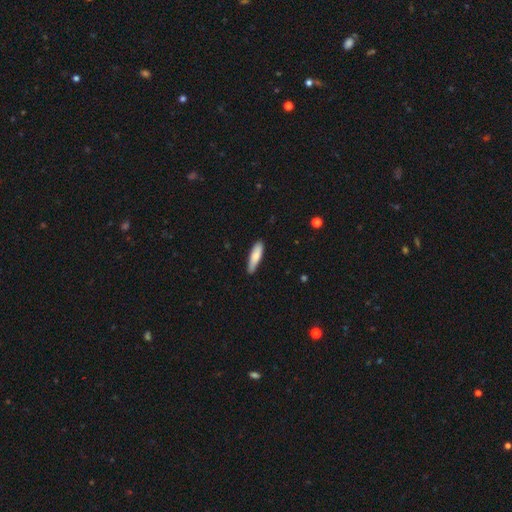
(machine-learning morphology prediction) smooth_or_featured: smooth (p=0.79) [alt: featured or disk p=0.16]
how_rounded: cigar-shaped (p=0.66) [alt: in between p=0.33]
merging: none (p=0.83) [alt: minor disturbance p=0.13]